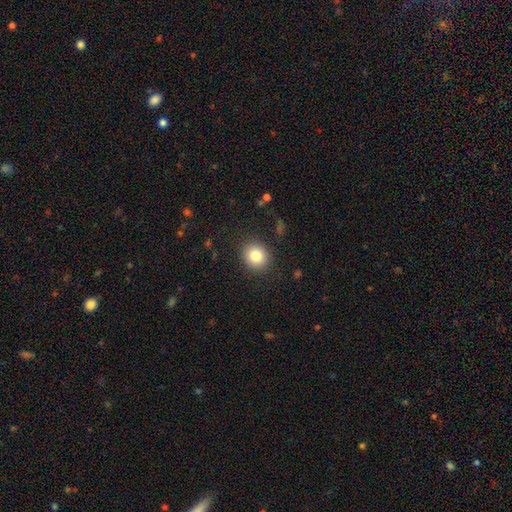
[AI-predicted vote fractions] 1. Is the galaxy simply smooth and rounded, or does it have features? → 83% smooth, 10% star or artifact, 7% featured or disk.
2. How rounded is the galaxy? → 82% round, 17% in between, 1% cigar-shaped.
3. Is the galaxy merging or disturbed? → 88% none, 7% minor disturbance, 3% major disturbance, 1% merger.